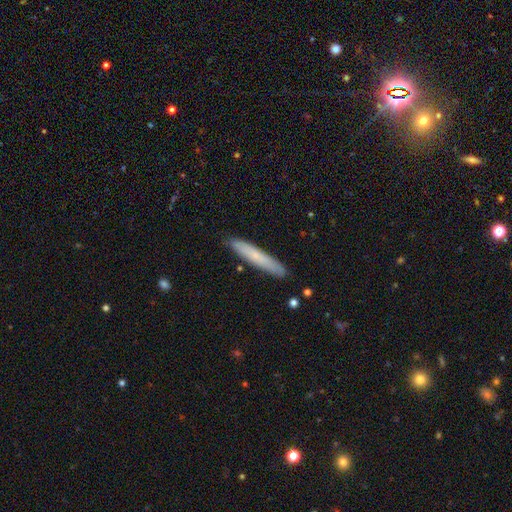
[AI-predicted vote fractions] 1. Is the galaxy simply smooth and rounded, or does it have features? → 69% smooth, 25% featured or disk, 6% star or artifact.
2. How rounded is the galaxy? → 94% cigar-shaped, 5% in between, 1% round.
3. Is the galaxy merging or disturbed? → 88% none, 9% minor disturbance, 1% major disturbance, 1% merger.